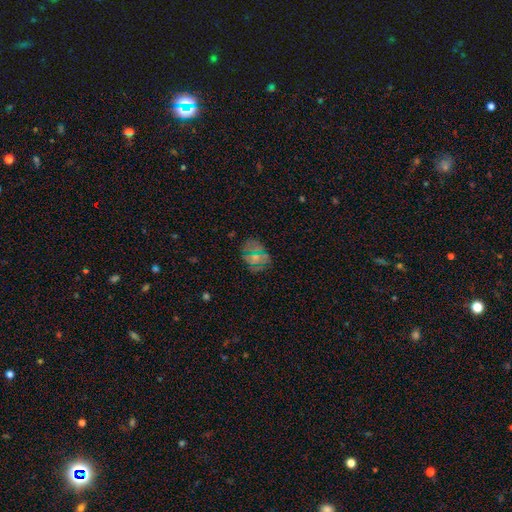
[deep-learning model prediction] A featured or disk galaxy (41%).

Vote fractions:
- Smooth or featured? featured or disk: 41% / smooth: 34% / star or artifact: 26%
- Merging? none: 74% / minor disturbance: 16% / major disturbance: 7% / merger: 2%